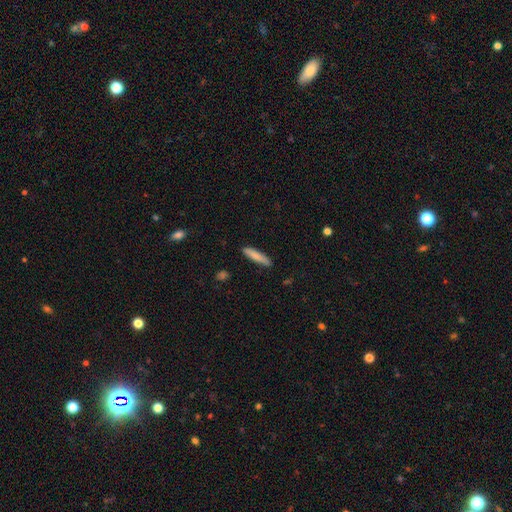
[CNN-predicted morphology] Smooth or featured?
  - smooth: 80% *
  - featured or disk: 14%
  - star or artifact: 6%
How rounded?
  - cigar-shaped: 84% *
  - in between: 14%
  - round: 1%
Merging?
  - none: 87% *
  - minor disturbance: 10%
  - major disturbance: 2%
  - merger: 1%